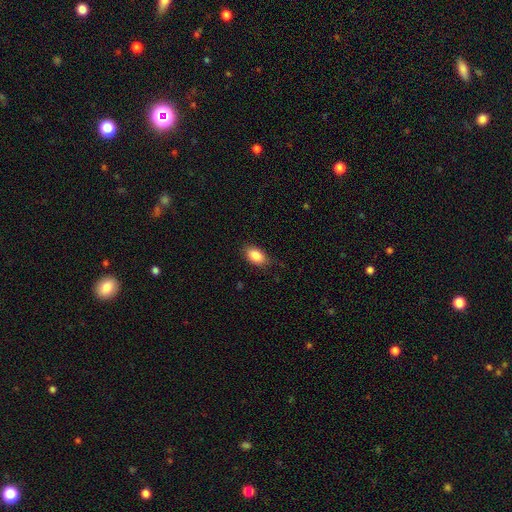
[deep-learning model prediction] This appears to be a smooth galaxy with no disk features (87%) that is in between round and cigar-shaped (90%). Merging: none (80%).